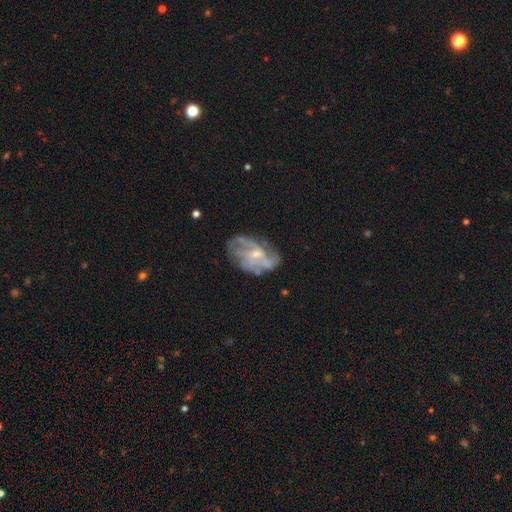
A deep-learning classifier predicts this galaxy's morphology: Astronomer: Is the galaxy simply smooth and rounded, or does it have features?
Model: featured or disk — 75%.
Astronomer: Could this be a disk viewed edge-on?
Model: no — 97%.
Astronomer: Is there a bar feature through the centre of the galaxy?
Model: no — 64%.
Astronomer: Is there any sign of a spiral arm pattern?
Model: yes — 63%.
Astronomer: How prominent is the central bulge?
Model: small — 55% (runner-up: moderate, 33%).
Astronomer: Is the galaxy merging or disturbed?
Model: none — 55%.